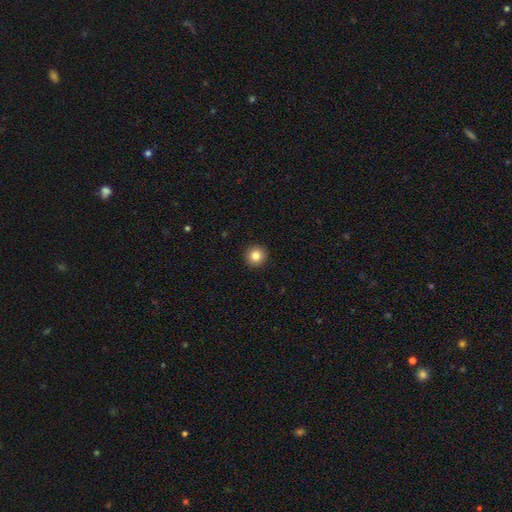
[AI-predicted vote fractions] Morphology: type=smooth (83%); roundness=round (94%); merging=none (93%).